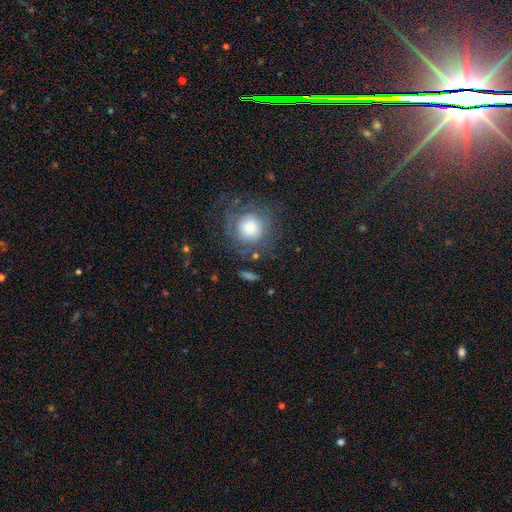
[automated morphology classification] Smooth or featured? Predicted: smooth (p=0.55). How rounded? Predicted: round (p=0.91). Merging? Predicted: none (p=0.68).